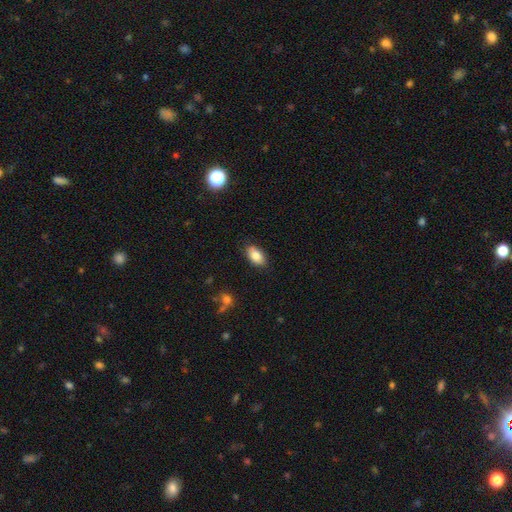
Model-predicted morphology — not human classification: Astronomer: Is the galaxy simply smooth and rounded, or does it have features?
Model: smooth — 83%.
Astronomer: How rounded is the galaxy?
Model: in between — 92%.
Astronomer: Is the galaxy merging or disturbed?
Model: none — 85%.